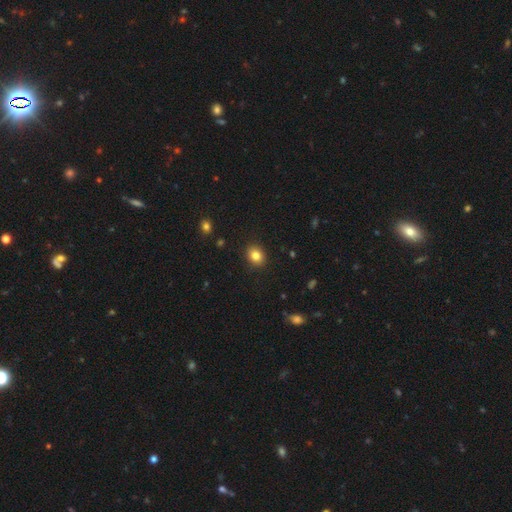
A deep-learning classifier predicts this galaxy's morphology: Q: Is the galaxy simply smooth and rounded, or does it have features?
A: smooth — 83%.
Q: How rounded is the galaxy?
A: round — 61%.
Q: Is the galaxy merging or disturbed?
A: none — 90%.